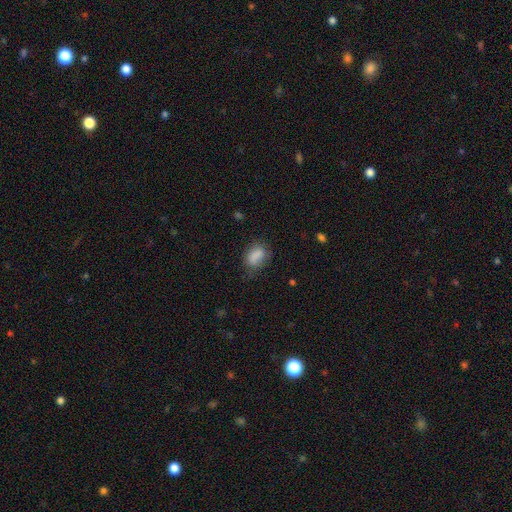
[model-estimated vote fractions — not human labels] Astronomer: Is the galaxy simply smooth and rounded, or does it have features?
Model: smooth — 84%.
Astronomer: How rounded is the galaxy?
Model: in between — 81%.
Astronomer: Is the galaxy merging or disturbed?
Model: none — 63%.